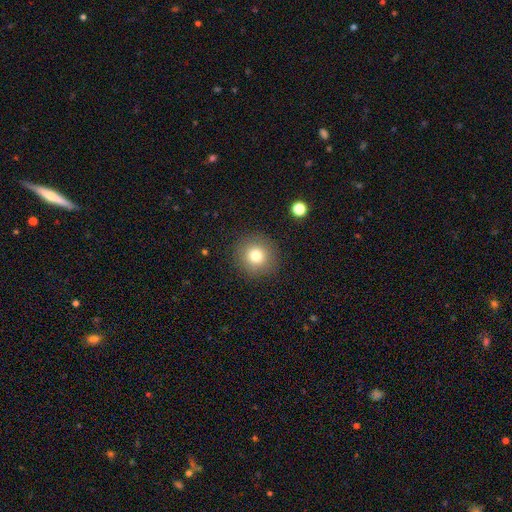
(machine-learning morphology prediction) Smooth or featured? Predicted: smooth (p=0.77). How rounded? Predicted: round (p=0.93). Merging? Predicted: none (p=0.89).